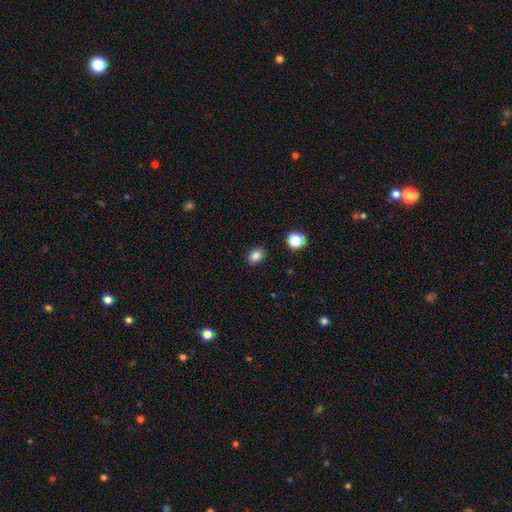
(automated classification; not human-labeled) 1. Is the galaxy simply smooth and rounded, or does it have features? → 84% smooth, 11% star or artifact, 5% featured or disk.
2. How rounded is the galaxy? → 68% in between, 31% round, 1% cigar-shaped.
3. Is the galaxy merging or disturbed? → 88% none, 8% minor disturbance, 2% major disturbance, 2% merger.